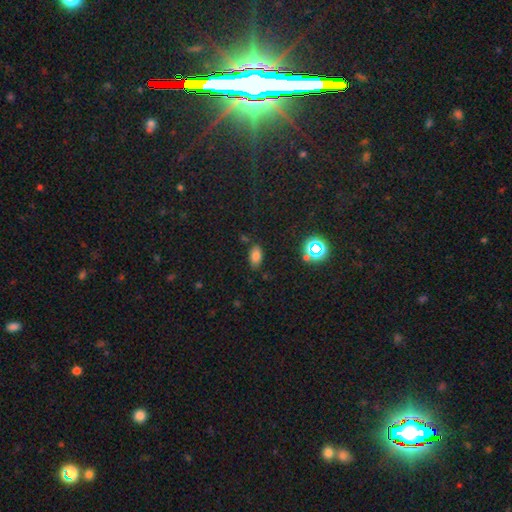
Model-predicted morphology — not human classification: Smooth or featured? smooth (74%)
How rounded? in between (90%)
Merging? none (78%)